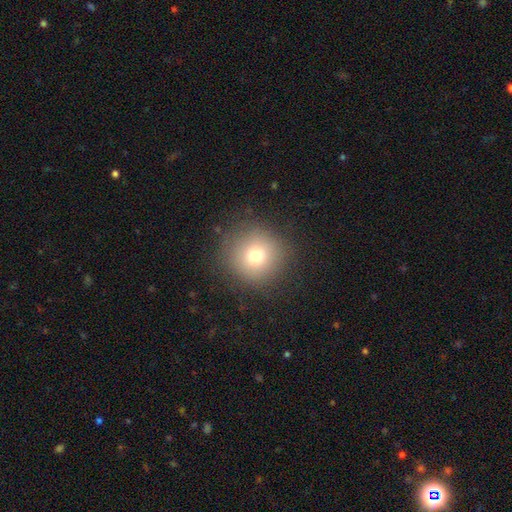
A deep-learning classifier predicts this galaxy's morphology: This appears to be a smooth galaxy with no disk features (75%) that is round (94%). Merging: none (87%).